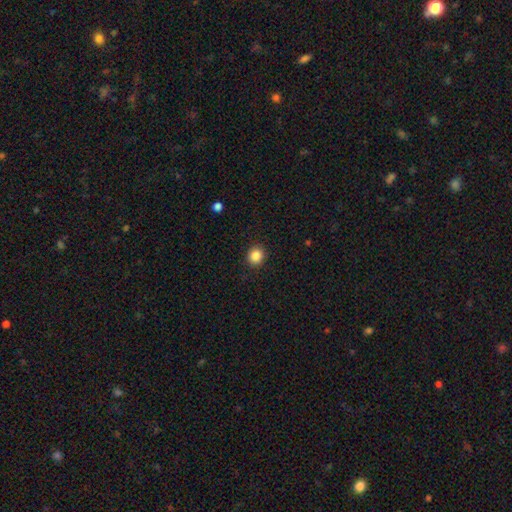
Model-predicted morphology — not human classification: smooth-or-featured: smooth: 86% | star or artifact: 10% | featured or disk: 4%
  how-rounded: round: 82% | in between: 17% | cigar-shaped: 1%
  merging: none: 91% | minor disturbance: 6% | major disturbance: 2% | merger: 1%